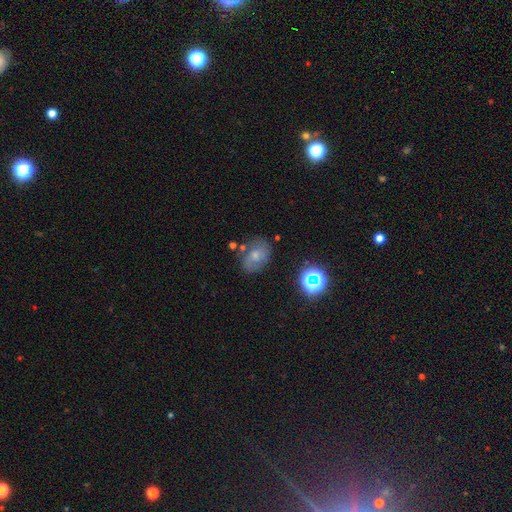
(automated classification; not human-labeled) Overall: smooth (50%; featured or disk 34%). How rounded: in between (63%; round 36%). Merging: none (66%).